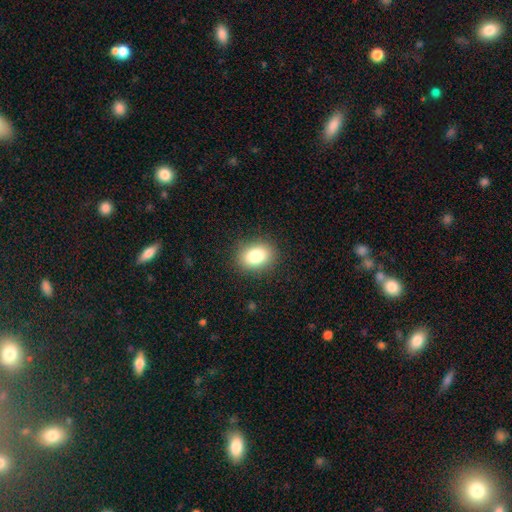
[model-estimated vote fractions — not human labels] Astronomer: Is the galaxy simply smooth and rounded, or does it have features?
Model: smooth — 83%.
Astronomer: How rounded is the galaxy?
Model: in between — 71%.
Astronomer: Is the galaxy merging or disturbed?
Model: none — 88%.